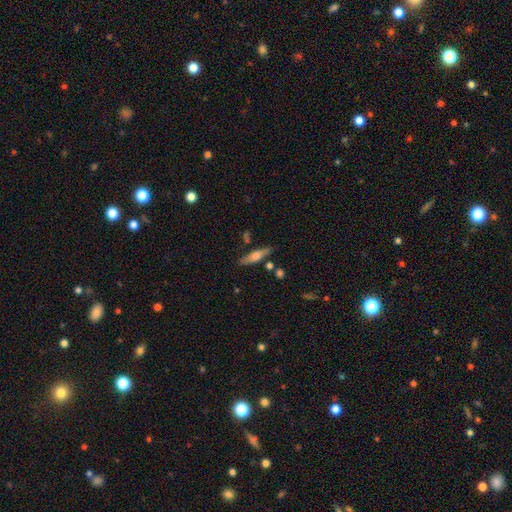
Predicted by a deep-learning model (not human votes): smooth-or-featured: smooth: 49% | featured or disk: 44% | star or artifact: 7%
  merging: none: 78% | minor disturbance: 13% | merger: 6% | major disturbance: 3%